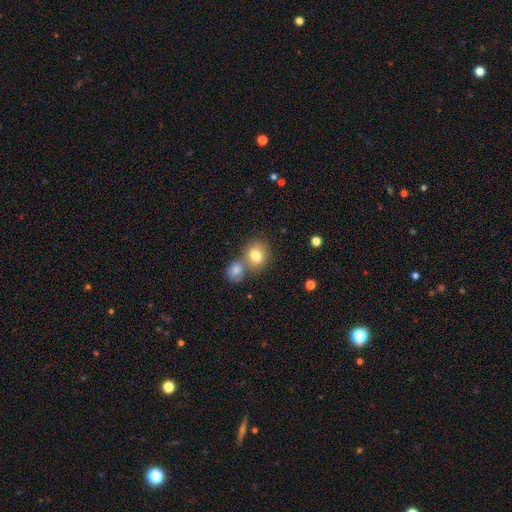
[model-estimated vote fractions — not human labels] Morphology: type=smooth (80%); roundness=round (70%); merging=none (45%).